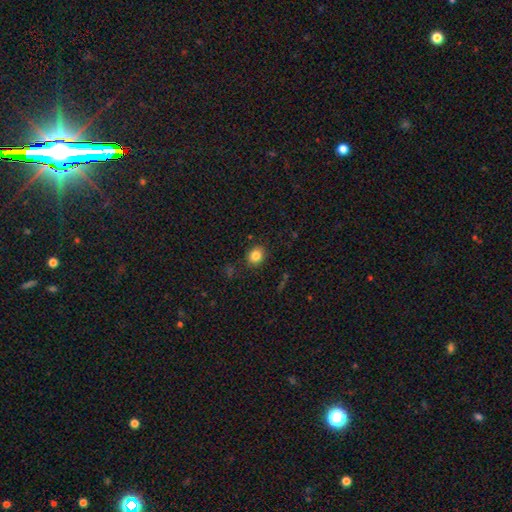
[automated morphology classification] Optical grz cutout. It shows a smooth galaxy with no disk features (83%) that is round (63%). Merging: none (87%).